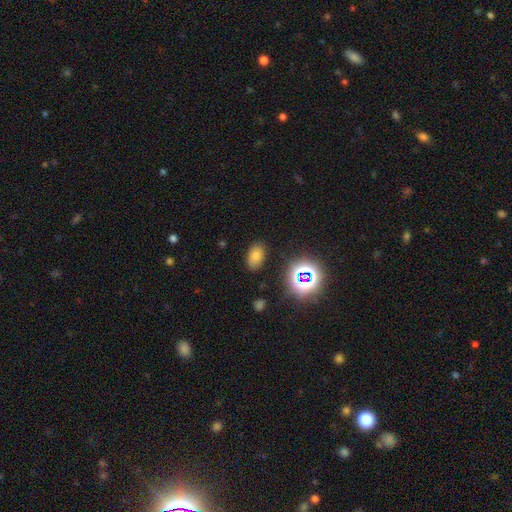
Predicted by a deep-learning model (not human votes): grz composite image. It shows a smooth galaxy with no disk features (68%) that is in between round and cigar-shaped (85%). Merging: none (85%).